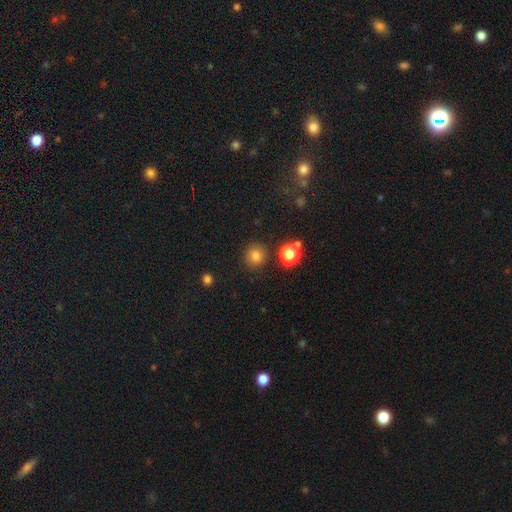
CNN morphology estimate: This is likely a smooth galaxy (80%). How rounded: clearly round (89%). Merging: clearly none (85%).